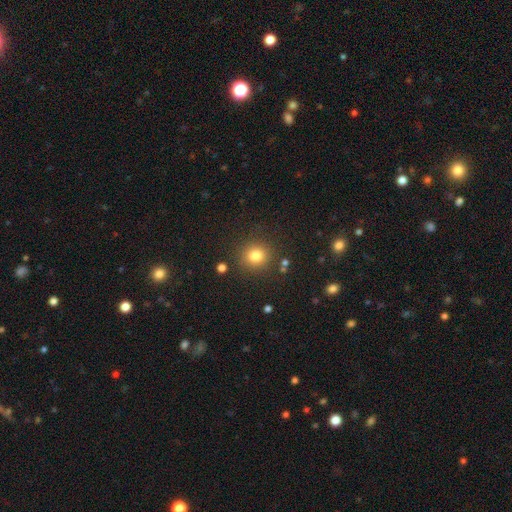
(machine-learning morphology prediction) A smooth galaxy with no disk features (80%) that is round (88%).

Vote fractions:
- Smooth or featured? smooth: 80% / star or artifact: 14% / featured or disk: 6%
- How rounded? round: 88% / in between: 12% / cigar-shaped: 1%
- Merging? none: 86% / minor disturbance: 8% / major disturbance: 3% / merger: 3%